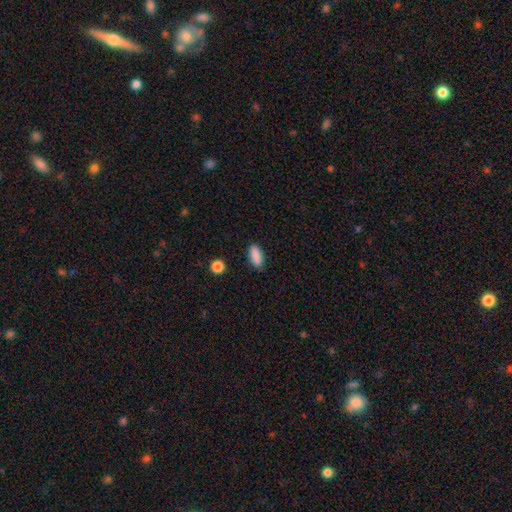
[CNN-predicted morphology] Smooth or featured?
  - smooth: 88% *
  - star or artifact: 8%
  - featured or disk: 4%
How rounded?
  - in between: 80% *
  - cigar-shaped: 18%
  - round: 3%
Merging?
  - none: 85% *
  - minor disturbance: 11%
  - major disturbance: 2%
  - merger: 2%